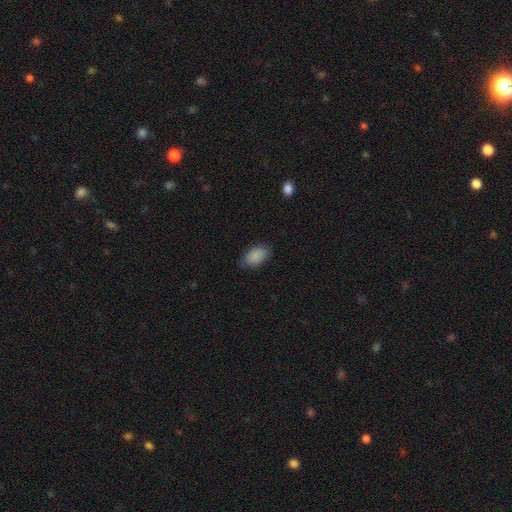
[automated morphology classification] smooth-or-featured: smooth: 88% | star or artifact: 7% | featured or disk: 5%
  how-rounded: in between: 92% | round: 7% | cigar-shaped: 1%
  merging: none: 76% | minor disturbance: 19% | major disturbance: 4% | merger: 1%